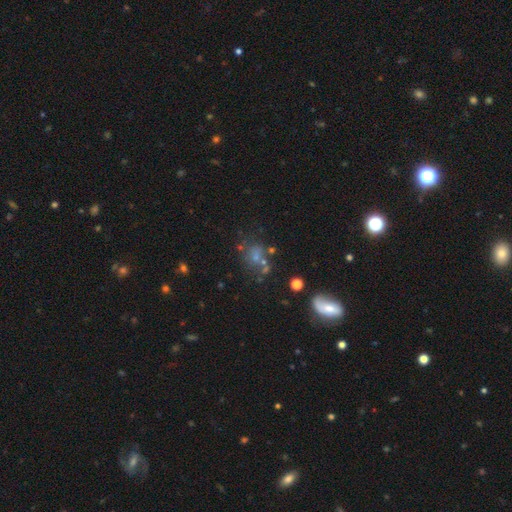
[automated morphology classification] smooth_or_featured: smooth (p=0.42) [alt: star or artifact p=0.29]
merging: none (p=0.53) [alt: minor disturbance p=0.18]